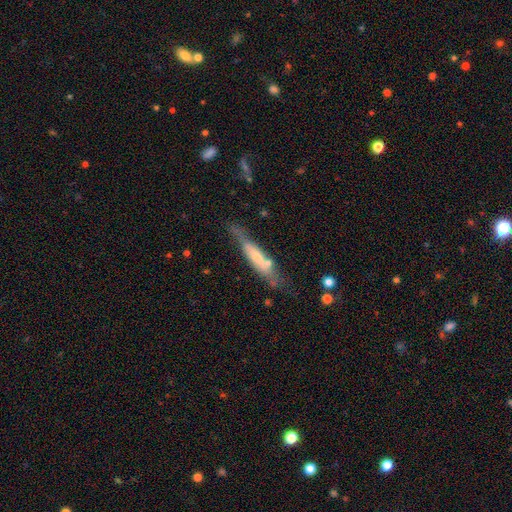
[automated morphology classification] Overall: featured or disk (61%; smooth 31%). Edge-on disk: yes (75%). Merging: none (59%; minor disturbance 24%).